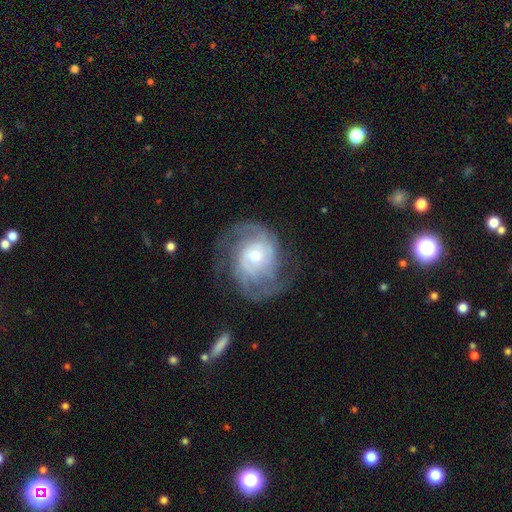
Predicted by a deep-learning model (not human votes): Overall: featured or disk (84%). Edge-on disk: no (97%). Bar: no (68%). Spiral arms: yes (94%). Spiral arm count: 2 (46%; can't tell 24%). Spiral winding: tight (45%; medium 41%). Bulge size: moderate (53%; small 40%). Merging: none (64%).